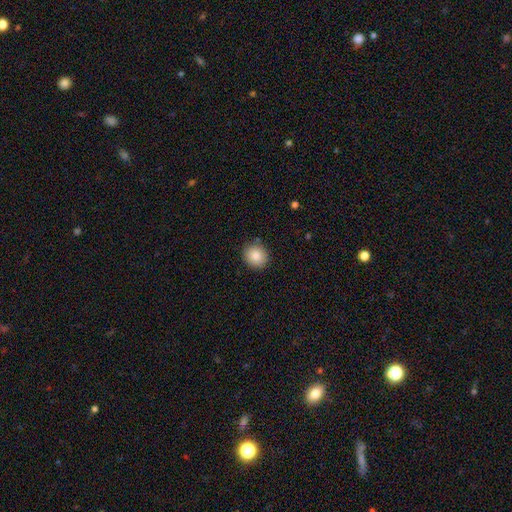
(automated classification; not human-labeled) Smooth or featured?
  - smooth: 86% *
  - star or artifact: 8%
  - featured or disk: 5%
How rounded?
  - round: 82% *
  - in between: 17%
  - cigar-shaped: 1%
Merging?
  - none: 89% *
  - minor disturbance: 8%
  - major disturbance: 2%
  - merger: 2%